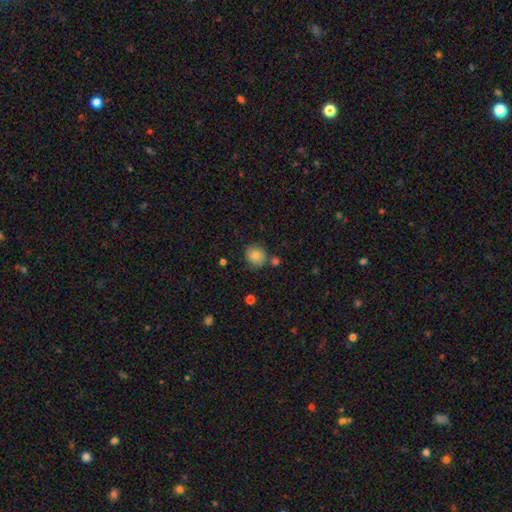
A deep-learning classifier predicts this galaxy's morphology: A smooth galaxy with no disk features (79%) that is round (81%). Merging: none (71%).